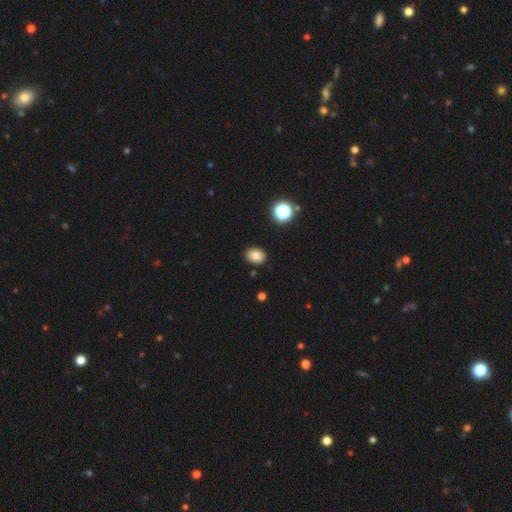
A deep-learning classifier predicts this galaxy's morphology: Overall: smooth (83%). How rounded: in between (58%; round 41%). Merging: none (88%).